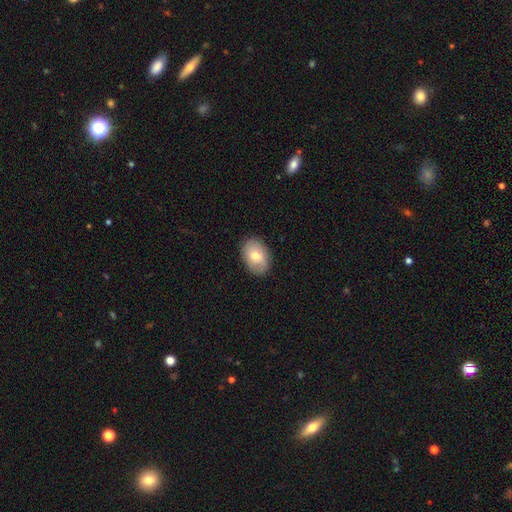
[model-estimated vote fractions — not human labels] Smooth or featured?
  - smooth: 71% *
  - featured or disk: 22%
  - star or artifact: 7%
How rounded?
  - in between: 80% *
  - round: 19%
  - cigar-shaped: 1%
Merging?
  - none: 86% *
  - minor disturbance: 10%
  - major disturbance: 2%
  - merger: 1%